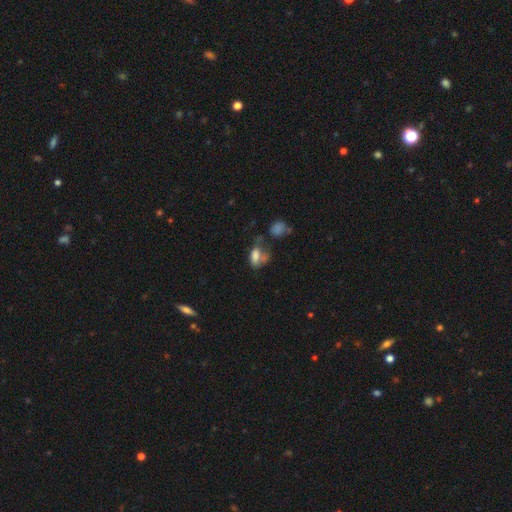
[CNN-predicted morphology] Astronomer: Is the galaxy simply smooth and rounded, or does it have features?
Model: smooth — 70%.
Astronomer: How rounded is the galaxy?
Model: in between — 86%.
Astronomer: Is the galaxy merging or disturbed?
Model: major disturbance — 28% (runner-up: none, 26%).